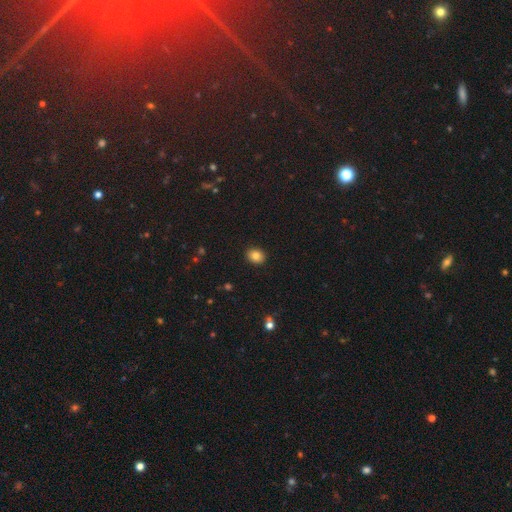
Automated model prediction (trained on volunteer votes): This is clearly a smooth galaxy (84%). How rounded: possibly round (51%). Merging: clearly none (90%).